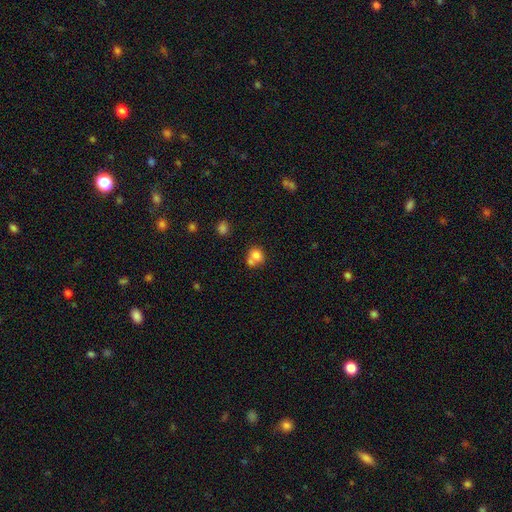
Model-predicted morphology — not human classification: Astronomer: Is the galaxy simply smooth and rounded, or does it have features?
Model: smooth — 77%.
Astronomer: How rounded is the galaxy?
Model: round — 69%.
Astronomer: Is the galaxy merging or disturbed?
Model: merger — 45% (runner-up: none, 40%).